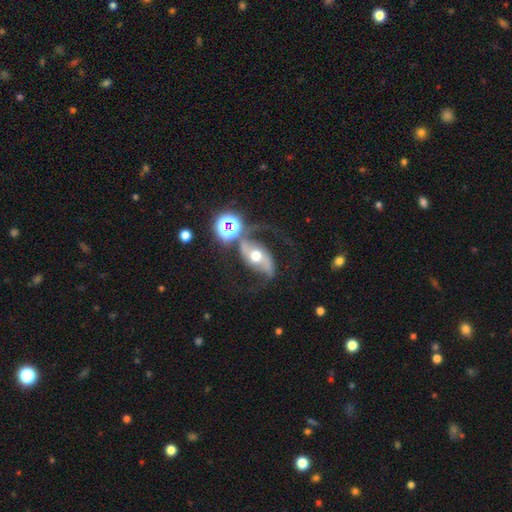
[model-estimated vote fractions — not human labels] featured or disk 75%, smooth 14%, star or artifact 11%. Down the decision tree: edge-on disk — no (95%); bar — no (49%); spiral arms — yes (90%); spiral arm count — 2 (89%); spiral winding — loose (73%); bulge size — moderate (70%); merging — none (51%).